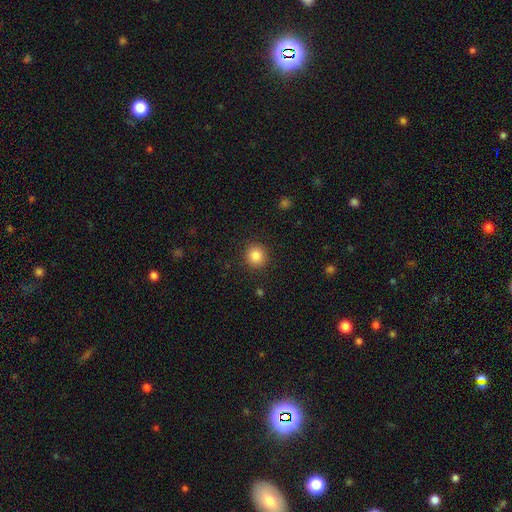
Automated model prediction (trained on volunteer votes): Overall: smooth (85%). How rounded: round (90%). Merging: none (90%).